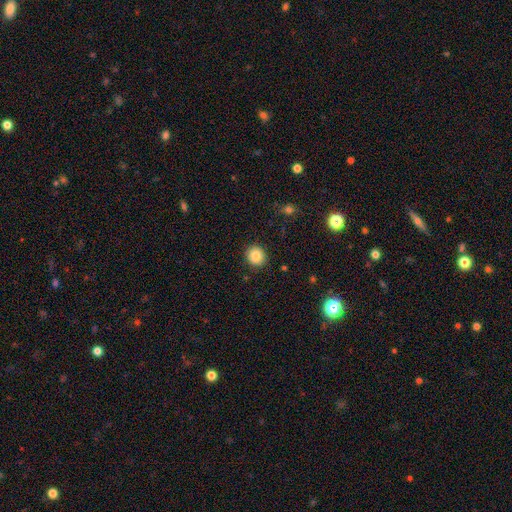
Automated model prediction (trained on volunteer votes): Morphology: type=smooth (86%); roundness=round (81%); merging=none (90%).